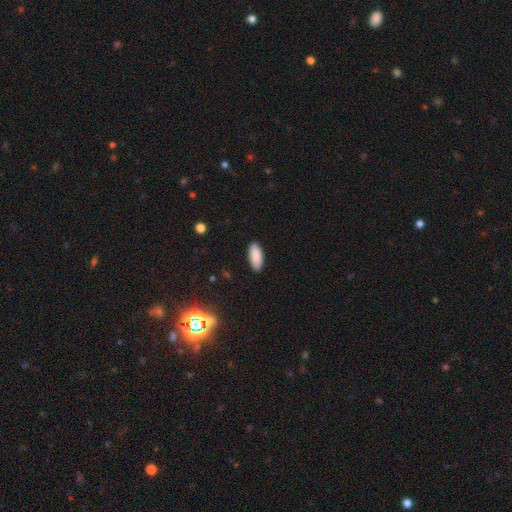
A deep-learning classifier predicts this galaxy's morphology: smooth-or-featured: smooth: 89% | star or artifact: 7% | featured or disk: 5%
  how-rounded: in between: 83% | cigar-shaped: 16% | round: 2%
  merging: none: 89% | minor disturbance: 8% | major disturbance: 2% | merger: 1%